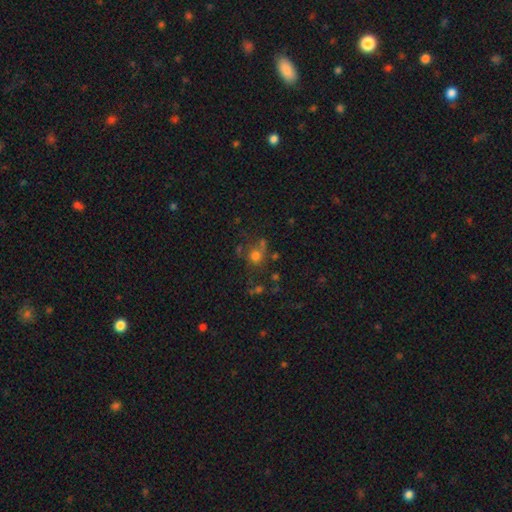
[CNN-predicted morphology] The model was most divided on "merging": none: 59%, minor disturbance: 16%, merger: 15%, major disturbance: 10%. More confident: how rounded — round (84%); smooth or featured — smooth (67%).